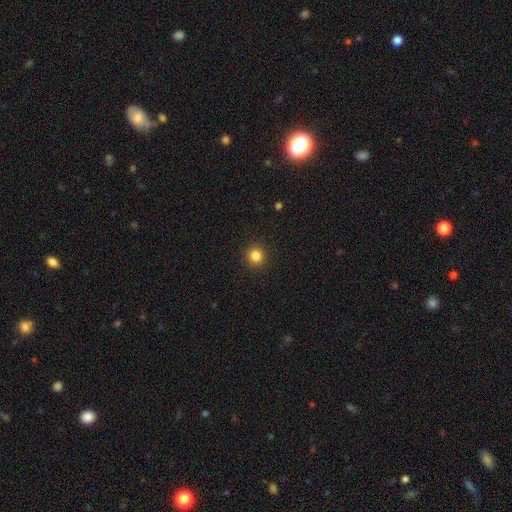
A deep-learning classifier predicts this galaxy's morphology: This appears to be a smooth galaxy with no disk features (84%) that is round (94%). Merging: none (92%).